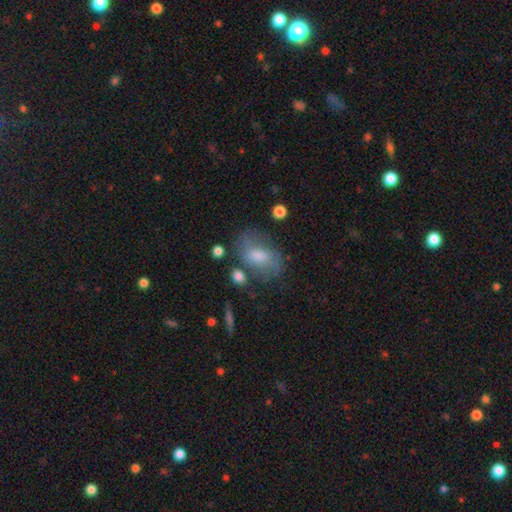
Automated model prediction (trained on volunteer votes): A smooth galaxy with no disk features (54%) that is in between round and cigar-shaped (81%).

Vote fractions:
- Smooth or featured? smooth: 54% / featured or disk: 36% / star or artifact: 11%
- How rounded? in between: 81% / round: 16% / cigar-shaped: 2%
- Merging? none: 59% / minor disturbance: 23% / major disturbance: 13% / merger: 6%